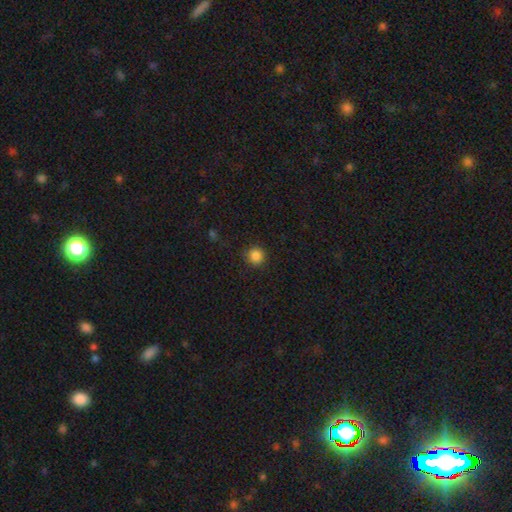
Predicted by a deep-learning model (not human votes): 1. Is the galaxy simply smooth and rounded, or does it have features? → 85% smooth, 12% star or artifact, 3% featured or disk.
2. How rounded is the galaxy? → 93% round, 6% in between, 1% cigar-shaped.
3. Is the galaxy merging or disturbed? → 88% none, 8% minor disturbance, 3% major disturbance, 1% merger.